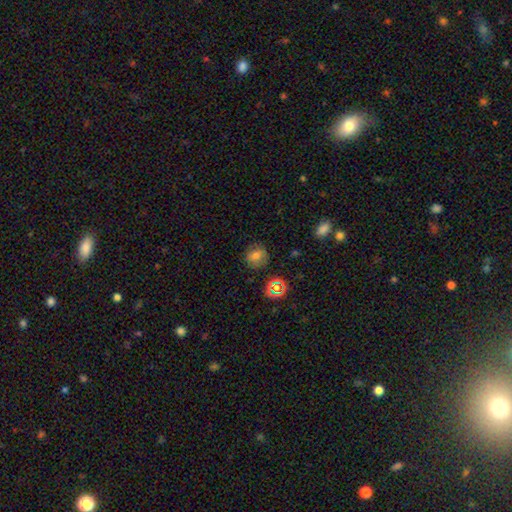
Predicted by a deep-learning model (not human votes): This appears to be a smooth galaxy with no disk features (70%) that is round (88%). Merging: none (82%).